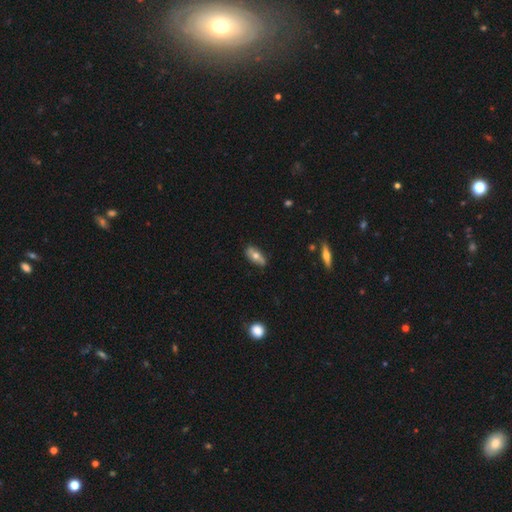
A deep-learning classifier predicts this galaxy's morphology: A smooth galaxy with no disk features (53%) that is in between round and cigar-shaped (73%).

Vote fractions:
- Smooth or featured? smooth: 53% / featured or disk: 40% / star or artifact: 7%
- How rounded? in between: 73% / cigar-shaped: 23% / round: 5%
- Merging? none: 79% / minor disturbance: 16% / major disturbance: 3% / merger: 2%